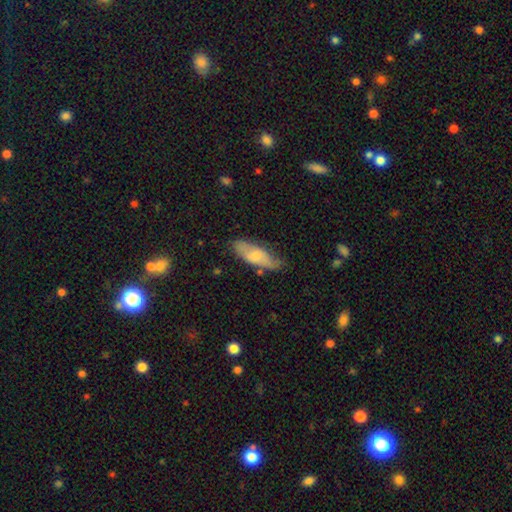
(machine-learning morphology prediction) A smooth galaxy with no disk features (63%) that is in between round and cigar-shaped (70%).

Vote fractions:
- Smooth or featured? smooth: 63% / featured or disk: 31% / star or artifact: 6%
- How rounded? in between: 70% / cigar-shaped: 28% / round: 2%
- Merging? none: 65% / minor disturbance: 26% / major disturbance: 6% / merger: 3%